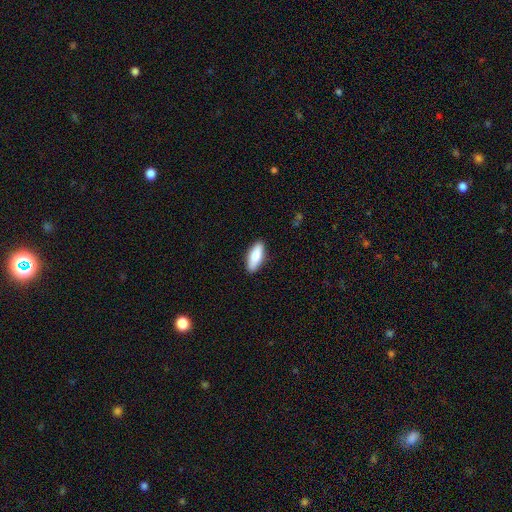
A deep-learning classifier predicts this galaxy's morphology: The model was most divided on "how rounded": in between: 72%, cigar-shaped: 26%, round: 2%. More confident: merging — none (88%); smooth or featured — smooth (83%).